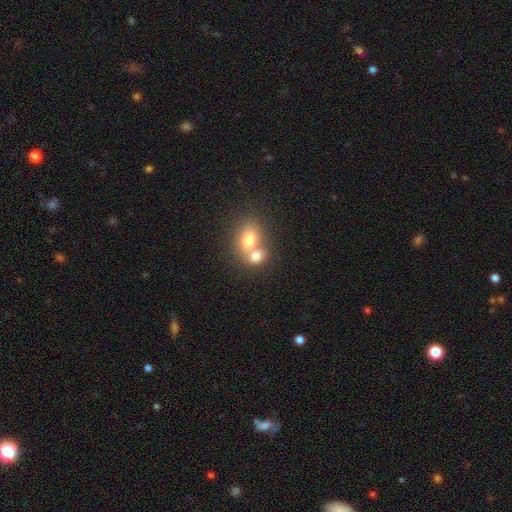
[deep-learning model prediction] Overall: smooth (74%). How rounded: in between (54%; round 45%). Merging: merger (68%).